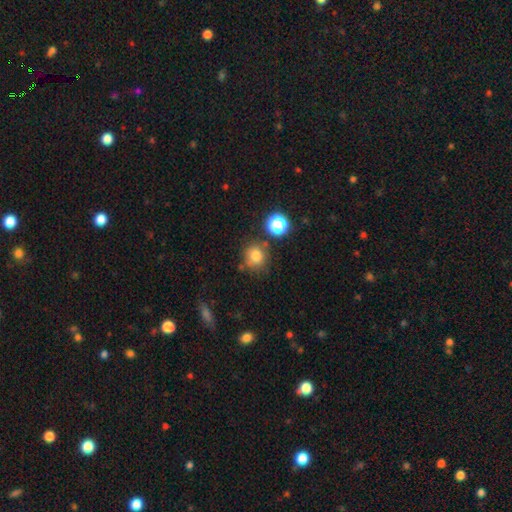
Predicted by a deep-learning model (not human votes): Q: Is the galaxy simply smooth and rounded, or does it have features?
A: smooth — 78%.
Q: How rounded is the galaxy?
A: round — 86%.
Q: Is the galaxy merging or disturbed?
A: none — 76%.